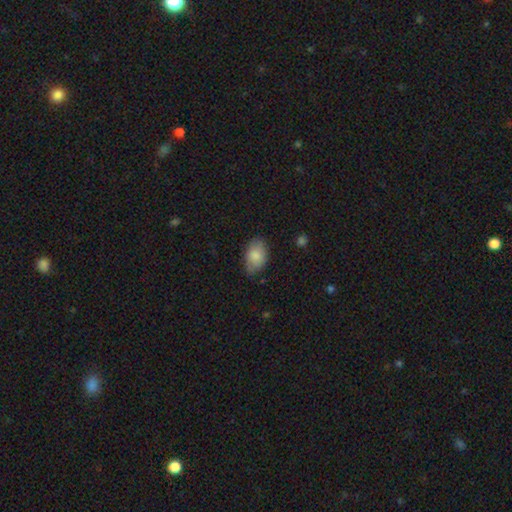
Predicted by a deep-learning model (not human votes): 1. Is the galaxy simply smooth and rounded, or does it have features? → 84% smooth, 9% featured or disk, 7% star or artifact.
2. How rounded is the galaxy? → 90% in between, 8% round, 1% cigar-shaped.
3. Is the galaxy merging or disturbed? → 73% none, 22% minor disturbance, 4% major disturbance, 1% merger.